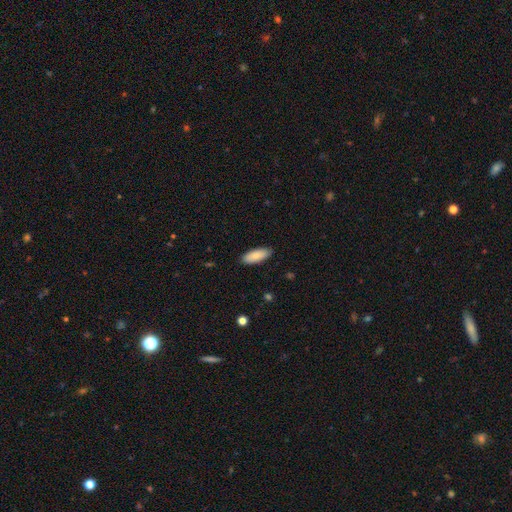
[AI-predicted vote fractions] smooth-or-featured: smooth: 87% | featured or disk: 7% | star or artifact: 6%
  how-rounded: in between: 75% | cigar-shaped: 23% | round: 2%
  merging: none: 88% | minor disturbance: 9% | major disturbance: 2% | merger: 1%